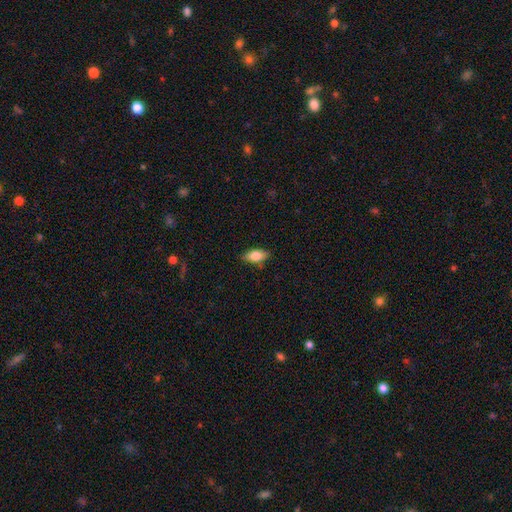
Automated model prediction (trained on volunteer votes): A smooth galaxy with no disk features (78%) that is in between round and cigar-shaped (86%).

Vote fractions:
- Smooth or featured? smooth: 78% / featured or disk: 15% / star or artifact: 7%
- How rounded? in between: 86% / cigar-shaped: 10% / round: 4%
- Merging? none: 84% / minor disturbance: 12% / major disturbance: 2% / merger: 1%